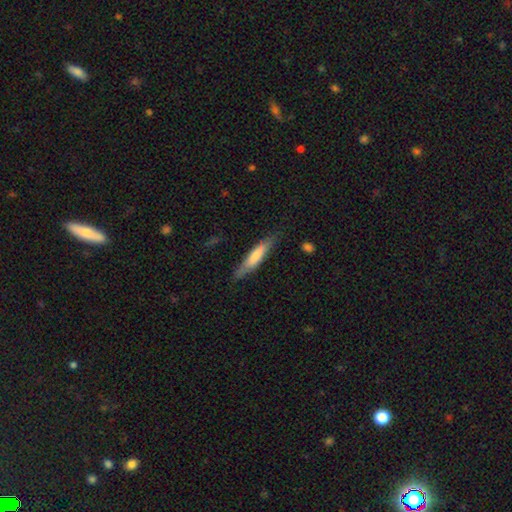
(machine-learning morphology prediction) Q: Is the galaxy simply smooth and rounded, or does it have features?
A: smooth — 61%.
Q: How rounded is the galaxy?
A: cigar-shaped — 87%.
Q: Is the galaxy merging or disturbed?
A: none — 82%.